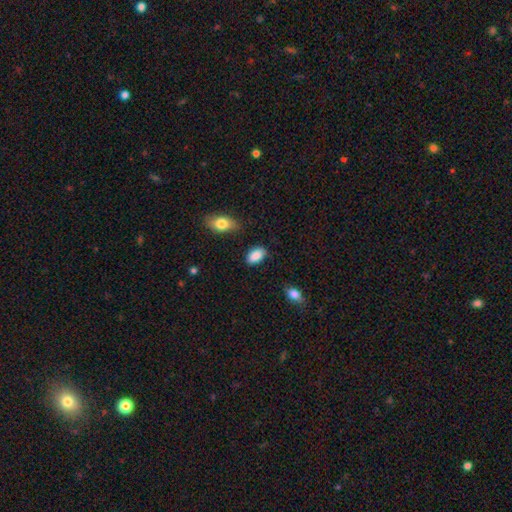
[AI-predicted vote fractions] smooth_or_featured: smooth (p=0.88) [alt: star or artifact p=0.07]
how_rounded: in between (p=0.92) [alt: round p=0.06]
merging: none (p=0.82) [alt: minor disturbance p=0.13]